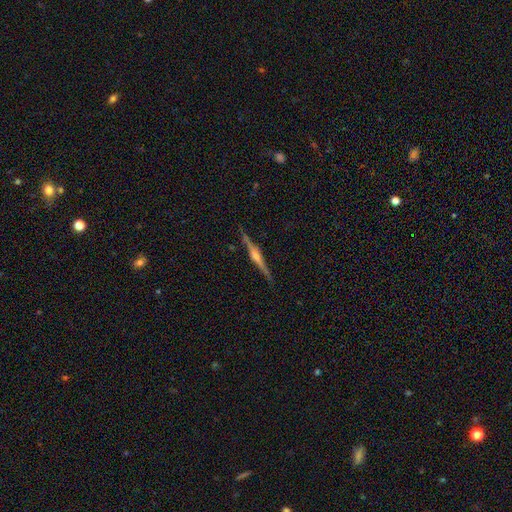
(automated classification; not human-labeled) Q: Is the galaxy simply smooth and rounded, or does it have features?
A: featured or disk — 86%.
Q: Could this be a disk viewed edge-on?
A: yes — 99%.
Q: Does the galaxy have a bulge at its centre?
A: rounded — 84%.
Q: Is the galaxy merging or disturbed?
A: none — 91%.